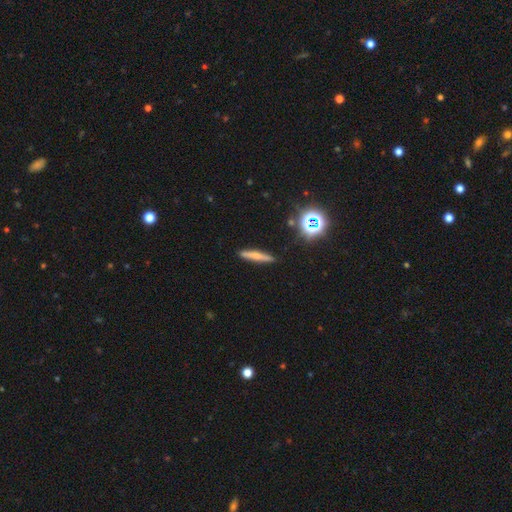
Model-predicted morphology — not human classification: This appears to be a smooth galaxy with no disk features (56%) that is cigar-shaped (90%). Merging: none (89%).